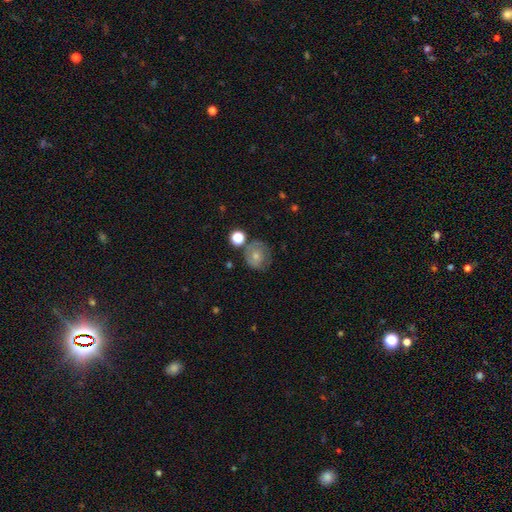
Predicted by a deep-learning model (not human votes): Smooth or featured?
  - smooth: 62% *
  - featured or disk: 28%
  - star or artifact: 10%
How rounded?
  - round: 83% *
  - in between: 16%
  - cigar-shaped: 1%
Merging?
  - none: 61% *
  - minor disturbance: 21%
  - merger: 10%
  - major disturbance: 8%